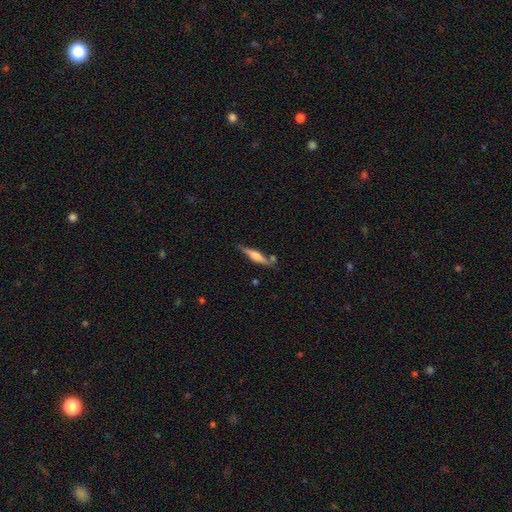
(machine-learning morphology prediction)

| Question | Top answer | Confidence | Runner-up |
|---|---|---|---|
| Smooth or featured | featured or disk | 58% | smooth (36%) |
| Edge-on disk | yes | 95% | no (5%) |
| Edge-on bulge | rounded | 74% | boxy (20%) |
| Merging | none | 71% | minor disturbance (17%) |